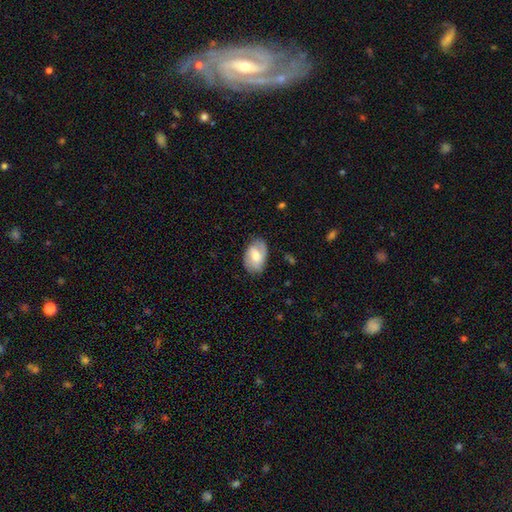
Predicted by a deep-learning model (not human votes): Smooth or featured: smooth — 50% (featured or disk — 44%)
Merging: none — 76% (minor disturbance — 18%)